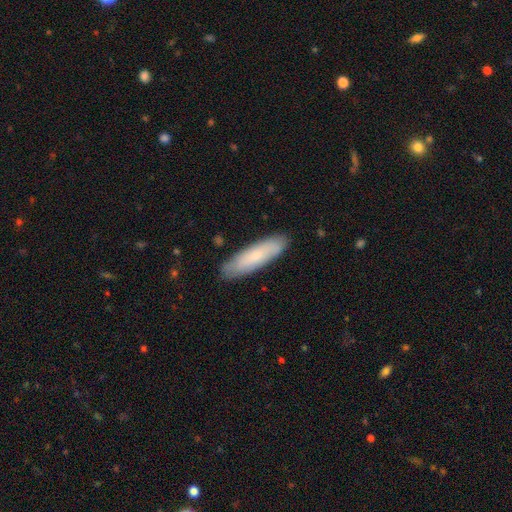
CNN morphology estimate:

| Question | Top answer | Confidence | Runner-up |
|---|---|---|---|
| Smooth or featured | smooth | 71% | featured or disk (23%) |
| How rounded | cigar-shaped | 67% | in between (32%) |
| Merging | none | 86% | minor disturbance (11%) |